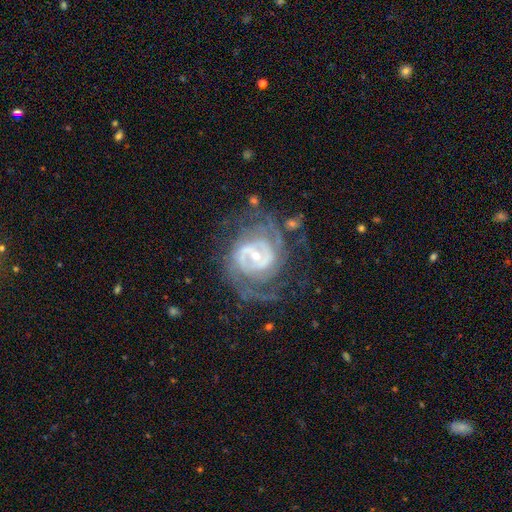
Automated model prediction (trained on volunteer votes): The model was most divided on "bar": no: 41%, weak: 39%, strong: 20%. Remaining: edge-on disk — no (97%); spiral arms — yes (92%); smooth or featured — featured or disk (87%); bulge size — small (61%); merging — none (60%); spiral winding — tight (55%); spiral arm count — 2 (39%).